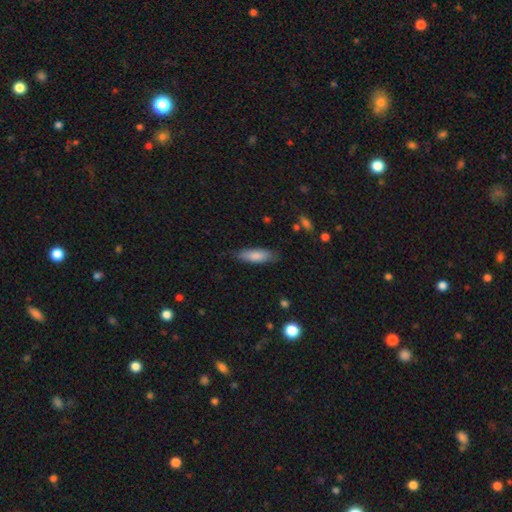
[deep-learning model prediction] Smooth or featured? smooth (82%)
How rounded? in between (55%)
Merging? none (78%)